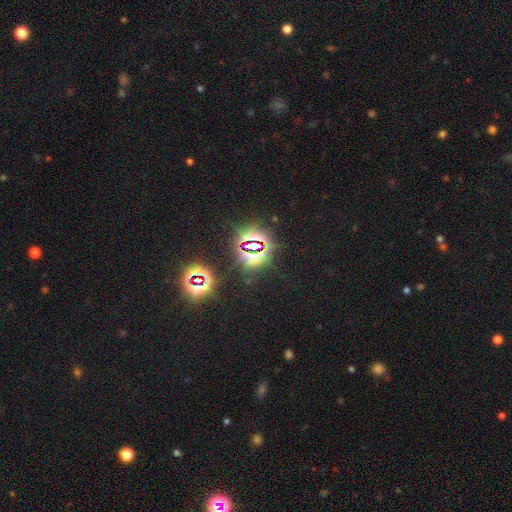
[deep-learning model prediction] smooth-or-featured: star or artifact: 80% | smooth: 12% | featured or disk: 8%